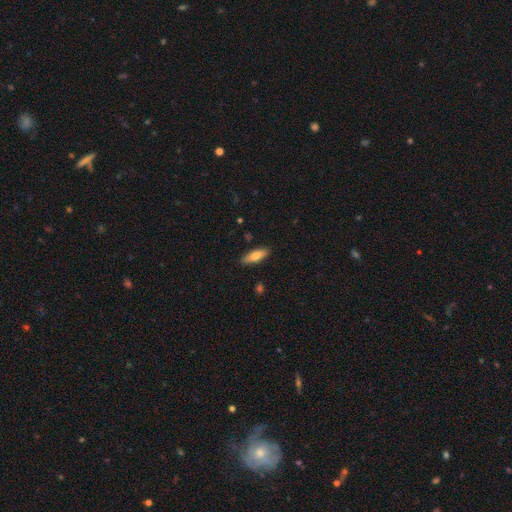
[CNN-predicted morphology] smooth_or_featured: smooth (p=0.73) [alt: featured or disk p=0.21]
how_rounded: in between (p=0.57) [alt: cigar-shaped p=0.41]
merging: none (p=0.87) [alt: minor disturbance p=0.10]